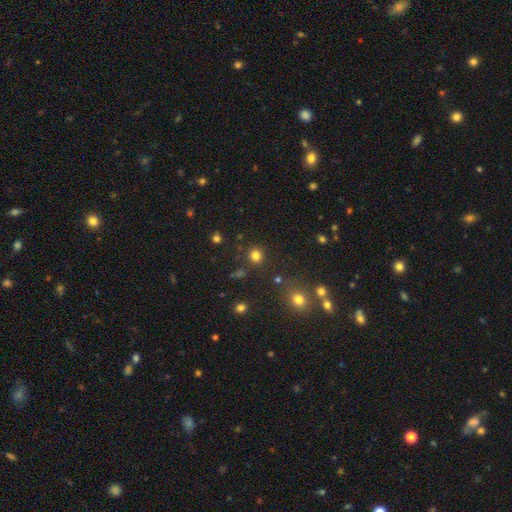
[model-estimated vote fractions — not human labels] Smooth or featured? smooth (80%)
How rounded? round (88%)
Merging? none (86%)